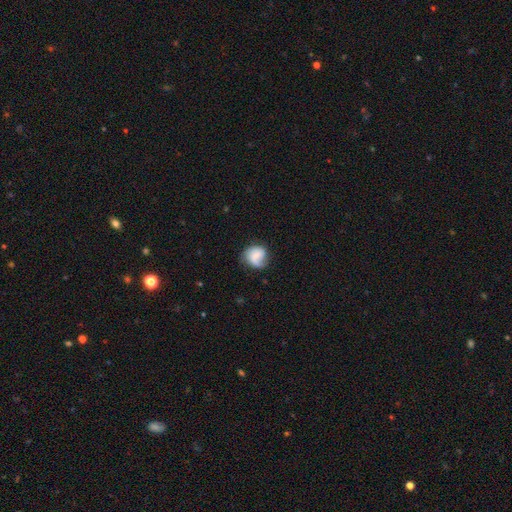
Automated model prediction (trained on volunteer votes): Morphology: type=smooth (47%); merging=none (55%).